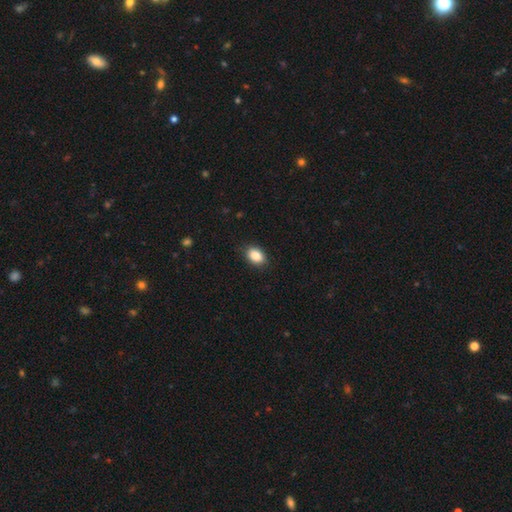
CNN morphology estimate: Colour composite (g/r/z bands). It shows a smooth galaxy with no disk features (88%) that is in between round and cigar-shaped (83%). Merging: none (85%).